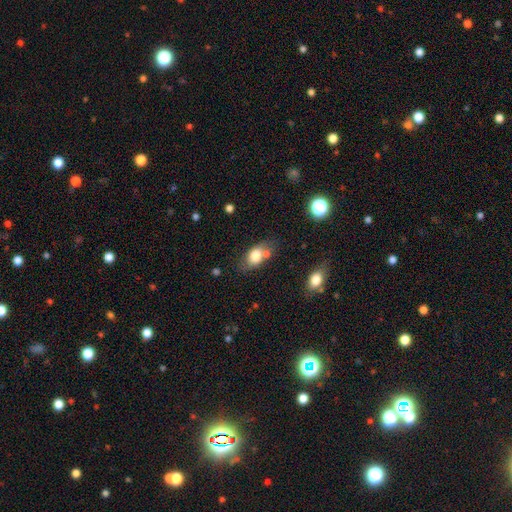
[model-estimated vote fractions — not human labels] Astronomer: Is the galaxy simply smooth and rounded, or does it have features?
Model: smooth — 74%.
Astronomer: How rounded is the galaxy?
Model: in between — 82%.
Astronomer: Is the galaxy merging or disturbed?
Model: none — 53%.